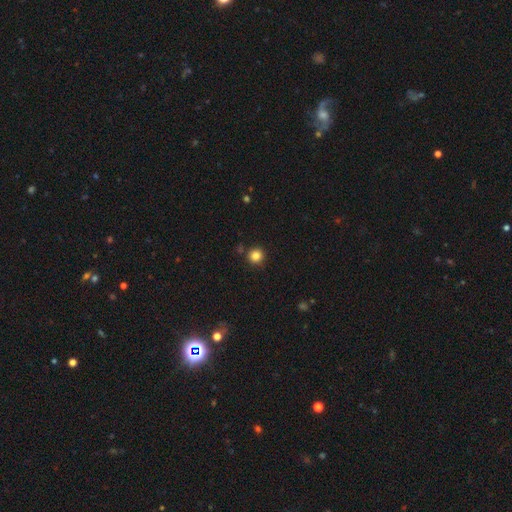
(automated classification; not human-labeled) A smooth galaxy with no disk features (84%) that is round (95%). Merging: none (88%).